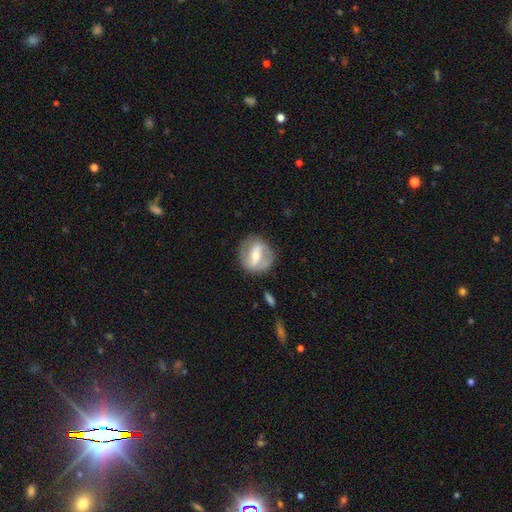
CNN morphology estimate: This appears to be a featured or disk galaxy (66%) with a strong bar (54%), spiral arms (57%) and a moderate central bulge (62%). Merging: none (81%).